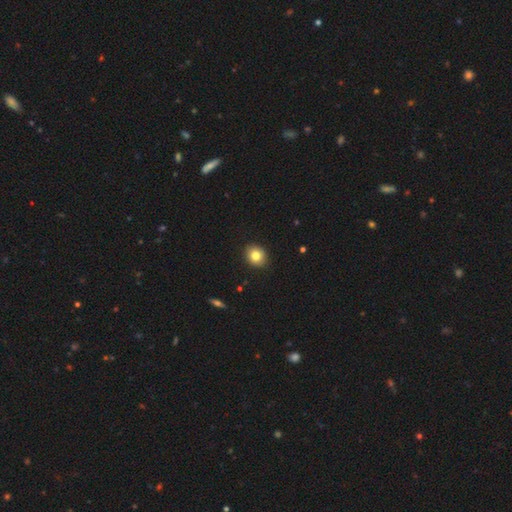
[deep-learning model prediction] Smooth or featured? smooth (82%)
How rounded? round (70%)
Merging? none (90%)